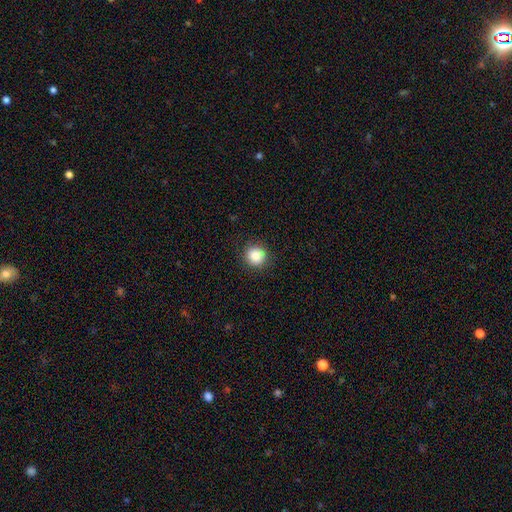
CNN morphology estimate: This is clearly a smooth galaxy (87%). How rounded: clearly round (93%). Merging: clearly none (90%).